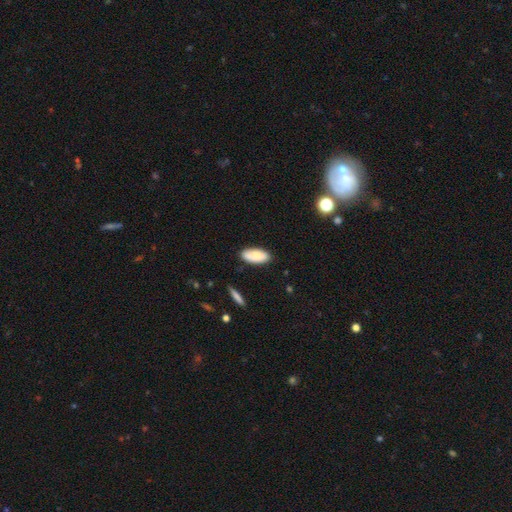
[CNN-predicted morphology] This appears to be a smooth galaxy with no disk features (82%) that is in between round and cigar-shaped (89%). Merging: none (86%).